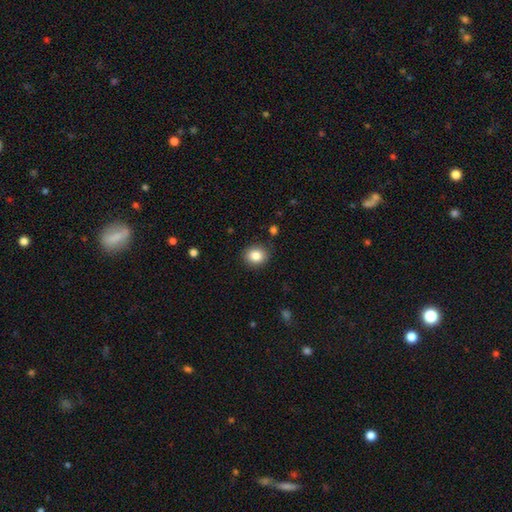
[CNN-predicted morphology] This is clearly a smooth galaxy (85%). How rounded: likely round (72%). Merging: clearly none (89%).